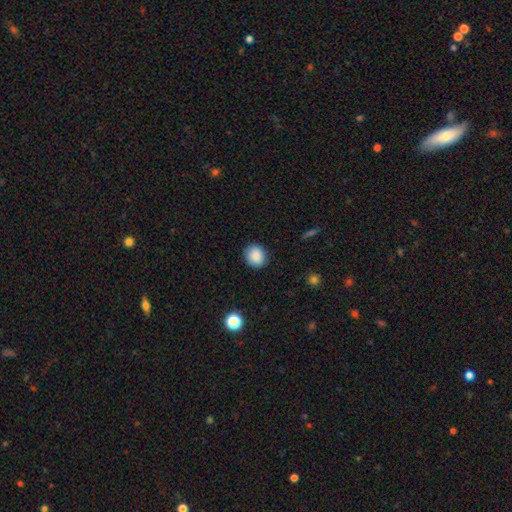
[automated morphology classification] smooth-or-featured: smooth: 88% | star or artifact: 9% | featured or disk: 4%
  how-rounded: round: 80% | in between: 19% | cigar-shaped: 1%
  merging: none: 88% | minor disturbance: 9% | major disturbance: 2% | merger: 1%